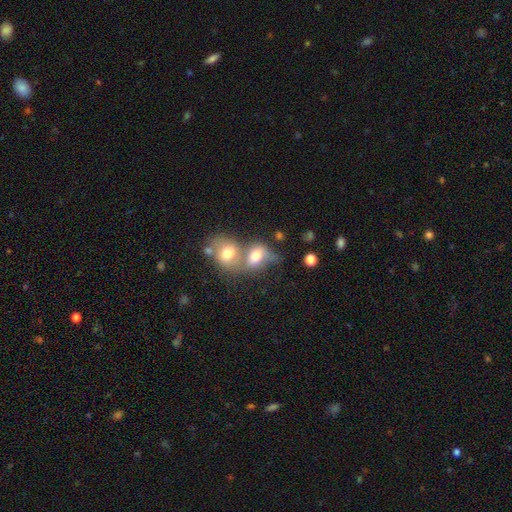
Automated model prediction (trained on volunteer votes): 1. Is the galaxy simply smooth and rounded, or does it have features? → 67% smooth, 22% featured or disk, 10% star or artifact.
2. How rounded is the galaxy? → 71% in between, 27% round, 2% cigar-shaped.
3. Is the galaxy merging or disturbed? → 62% merger, 21% none, 10% minor disturbance, 8% major disturbance.